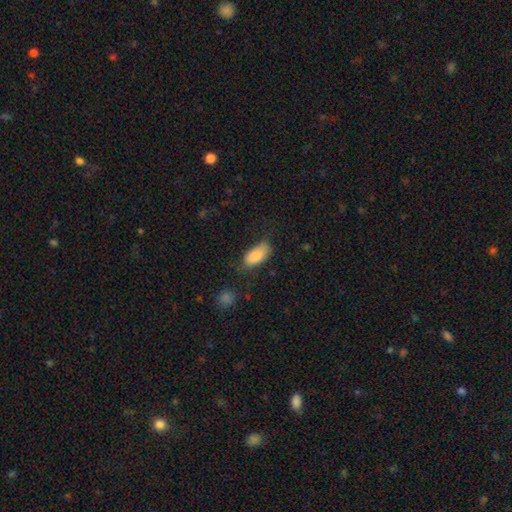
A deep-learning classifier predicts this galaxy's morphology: smooth-or-featured: smooth: 85% | featured or disk: 8% | star or artifact: 7%
  how-rounded: in between: 90% | cigar-shaped: 7% | round: 3%
  merging: none: 53% | minor disturbance: 33% | major disturbance: 11% | merger: 3%